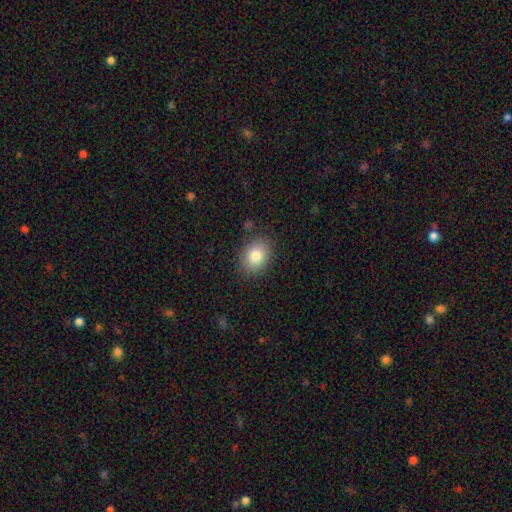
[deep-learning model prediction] smooth_or_featured: smooth (p=0.82) [alt: star or artifact p=0.09]
how_rounded: in between (p=0.55) [alt: round p=0.44]
merging: none (p=0.85) [alt: minor disturbance p=0.10]